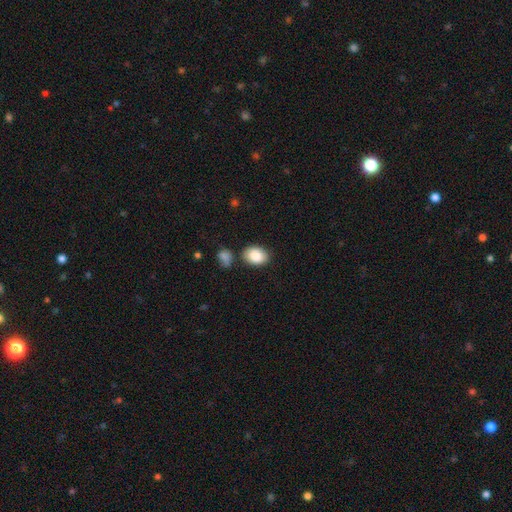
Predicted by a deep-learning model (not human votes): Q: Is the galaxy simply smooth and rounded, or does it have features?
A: smooth — 88%.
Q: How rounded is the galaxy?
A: in between — 73%.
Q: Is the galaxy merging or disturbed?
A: none — 71%.